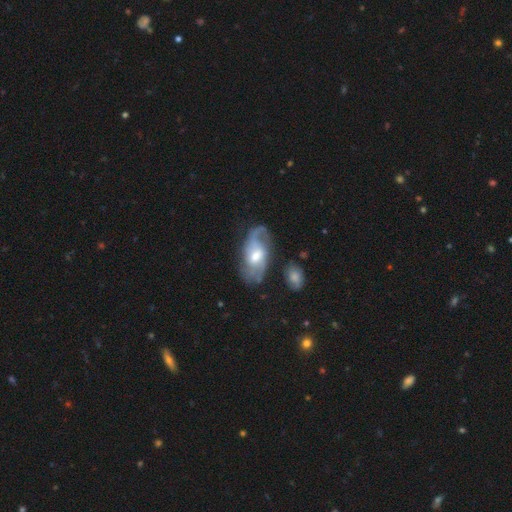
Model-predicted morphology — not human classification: Overall: featured or disk (77%). Edge-on disk: no (94%). Bar: weak (50%; no 38%). Spiral arms: yes (91%). Spiral arm count: 2 (66%). Spiral winding: medium (42%; loose 37%). Bulge size: moderate (66%). Merging: none (63%).